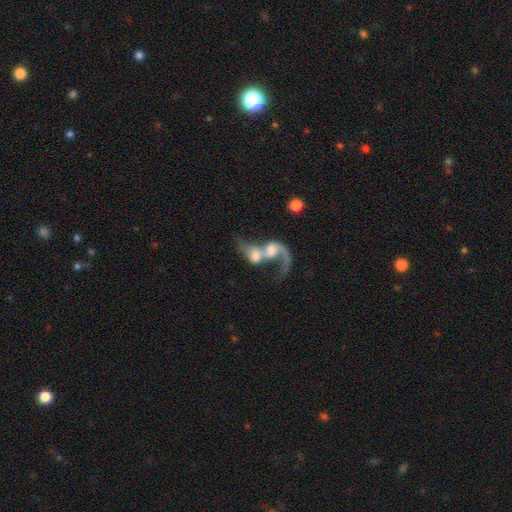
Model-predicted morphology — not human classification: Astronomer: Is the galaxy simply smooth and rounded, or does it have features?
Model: featured or disk — 59% (runner-up: smooth, 34%).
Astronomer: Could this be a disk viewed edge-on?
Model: no — 95%.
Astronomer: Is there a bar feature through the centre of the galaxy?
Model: no — 66%.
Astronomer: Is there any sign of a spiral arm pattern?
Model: yes — 71%.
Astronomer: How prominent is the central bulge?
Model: moderate — 36% (runner-up: large, 31%).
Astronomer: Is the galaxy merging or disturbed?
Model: merger — 81%.